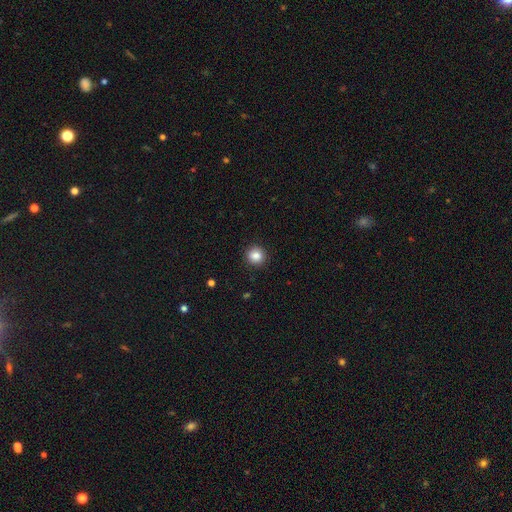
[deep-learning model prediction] Q: Smooth or featured?
A: smooth (86%); runner-up: star or artifact (10%)
Q: How rounded?
A: round (93%); runner-up: in between (6%)
Q: Merging?
A: none (92%); runner-up: minor disturbance (5%)